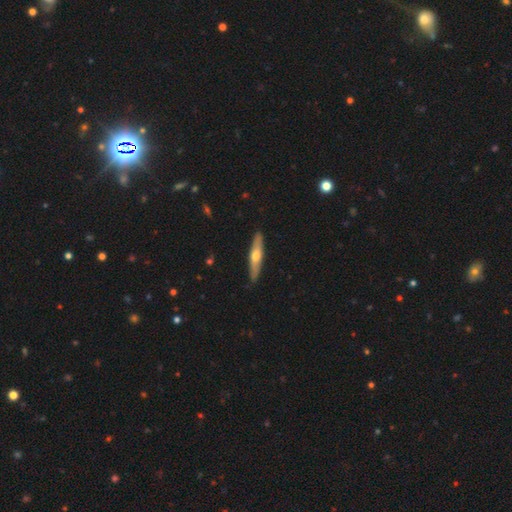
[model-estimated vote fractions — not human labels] This is possibly a featured or disk galaxy (49%). Merging: clearly none (89%).